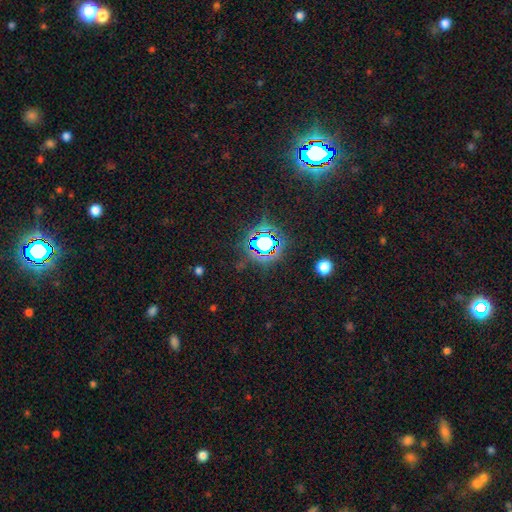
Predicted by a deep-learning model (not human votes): Smooth or featured?
  - star or artifact: 80% *
  - smooth: 13%
  - featured or disk: 7%